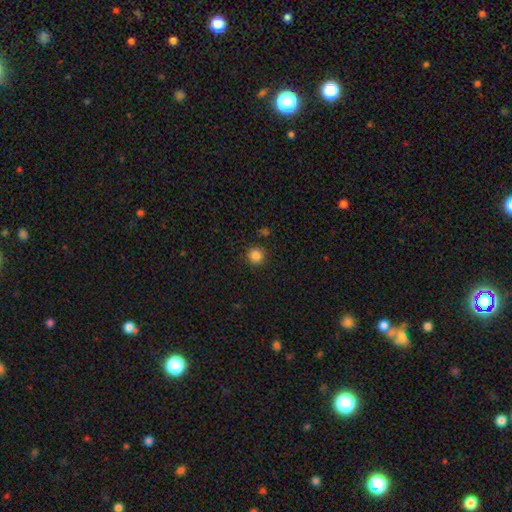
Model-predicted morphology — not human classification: Smooth or featured?
  - smooth: 85% *
  - star or artifact: 11%
  - featured or disk: 3%
How rounded?
  - round: 95% *
  - in between: 4%
  - cigar-shaped: 1%
Merging?
  - none: 90% *
  - minor disturbance: 6%
  - major disturbance: 2%
  - merger: 2%